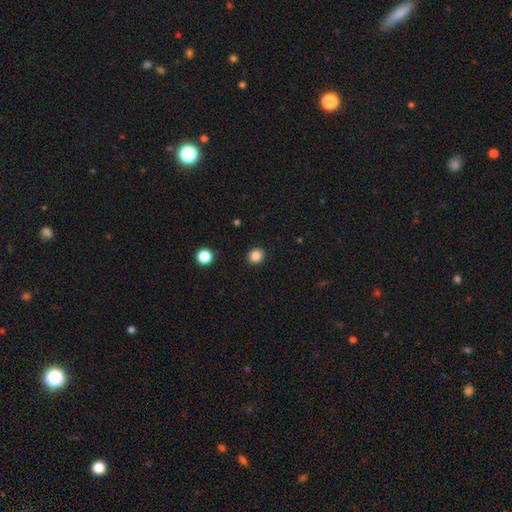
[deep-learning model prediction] smooth 85%, star or artifact 11%, featured or disk 3%. Down the decision tree: how rounded — round (85%); merging — none (91%).